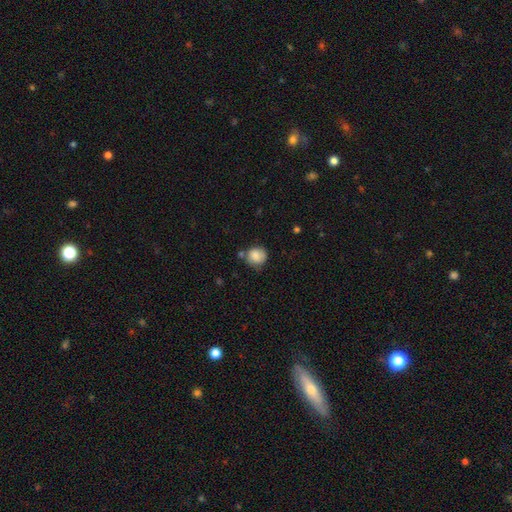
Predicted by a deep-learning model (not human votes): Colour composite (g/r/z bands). It shows a smooth galaxy with no disk features (84%) that is round (85%). Merging: none (63%).